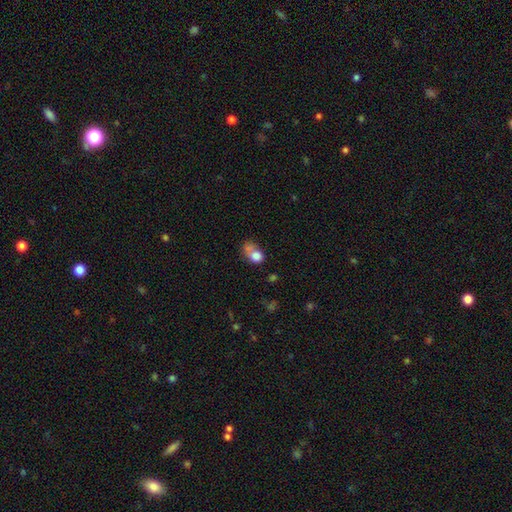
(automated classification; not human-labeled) Morphology: type=smooth (74%); roundness=in between (50%); merging=merger (44%).